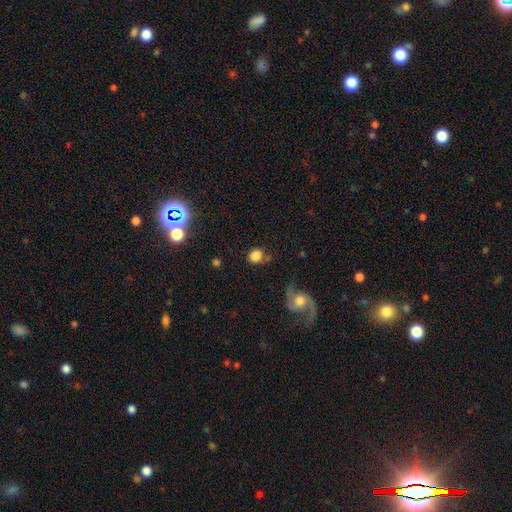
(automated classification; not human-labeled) Morphology: type=smooth (77%); roundness=round (60%); merging=none (59%).